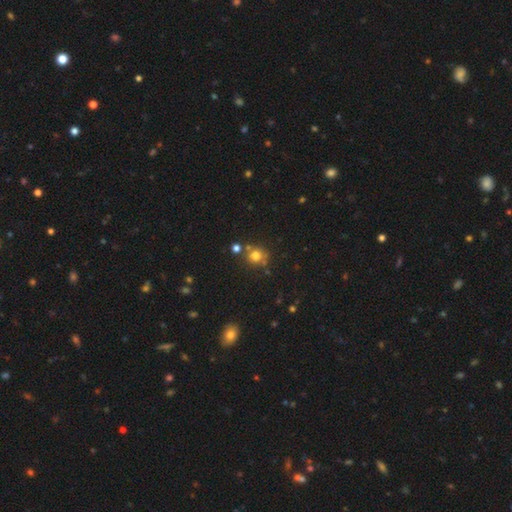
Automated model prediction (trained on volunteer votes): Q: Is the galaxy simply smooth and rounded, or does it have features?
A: smooth — 73%.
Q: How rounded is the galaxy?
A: round — 88%.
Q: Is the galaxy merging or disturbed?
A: none — 69%.